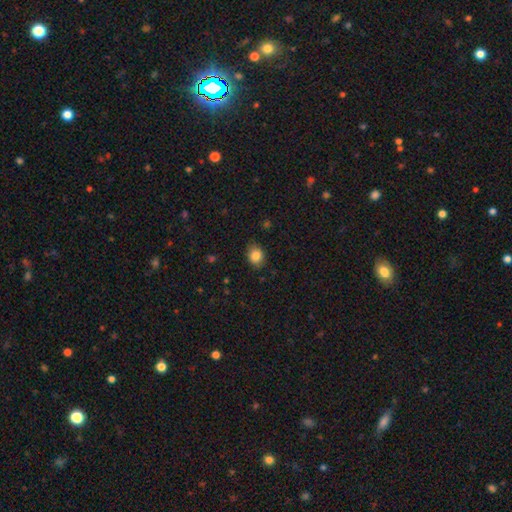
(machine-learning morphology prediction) Overall: smooth (85%). How rounded: round (52%; in between 47%). Merging: none (82%).